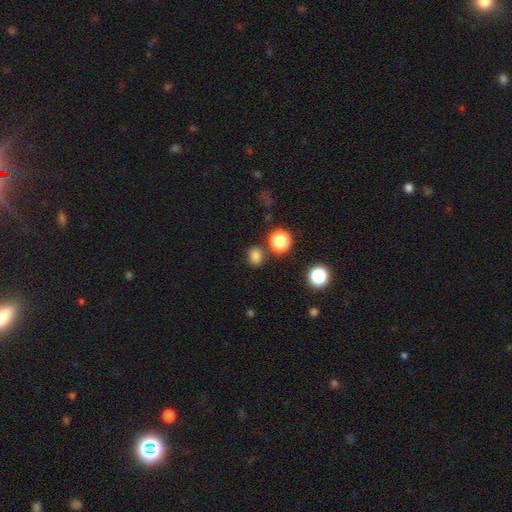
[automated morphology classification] type=smooth (78%); roundness=round (54%); merging=none (81%).